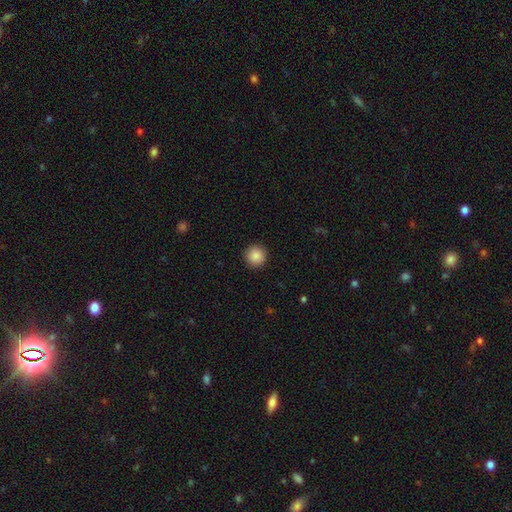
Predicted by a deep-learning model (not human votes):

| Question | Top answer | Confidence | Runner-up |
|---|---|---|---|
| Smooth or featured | smooth | 88% | star or artifact (9%) |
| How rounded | round | 95% | in between (4%) |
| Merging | none | 92% | minor disturbance (5%) |